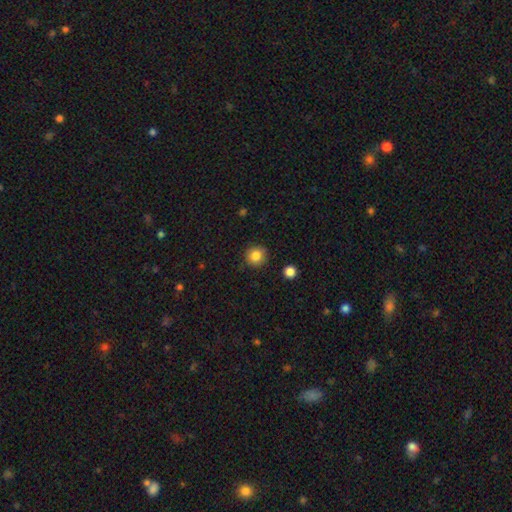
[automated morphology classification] type=smooth (84%); roundness=round (92%); merging=none (88%).